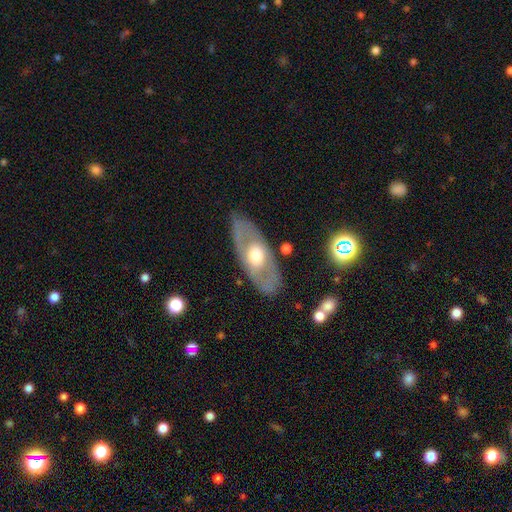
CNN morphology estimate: Overall: featured or disk (59%; smooth 36%). Edge-on disk: no (79%). Merging: none (81%).